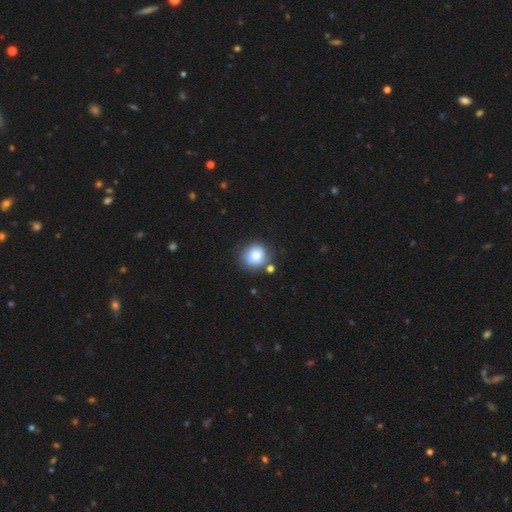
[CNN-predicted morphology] smooth_or_featured: smooth (p=0.80) [alt: featured or disk p=0.11]
how_rounded: round (p=0.85) [alt: in between p=0.14]
merging: none (p=0.69) [alt: minor disturbance p=0.17]